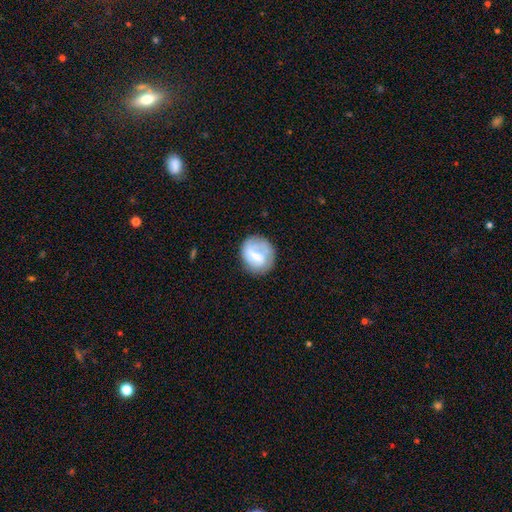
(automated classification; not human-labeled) smooth 56%, featured or disk 36%, star or artifact 7%. Down the decision tree: how rounded — round (73%); merging — none (63%).